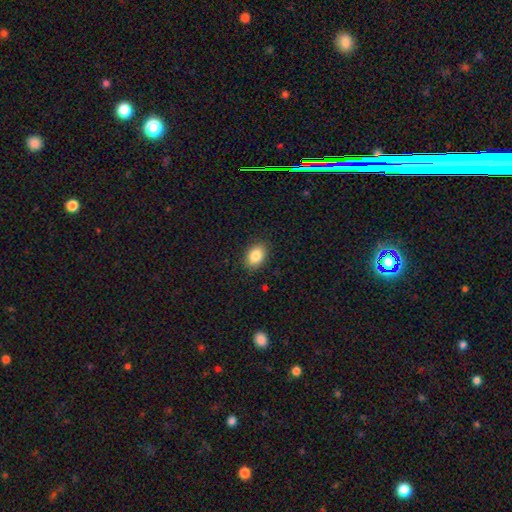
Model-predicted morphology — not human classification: smooth_or_featured: smooth (p=0.85) [alt: star or artifact p=0.08]
how_rounded: in between (p=0.83) [alt: round p=0.16]
merging: none (p=0.88) [alt: minor disturbance p=0.09]